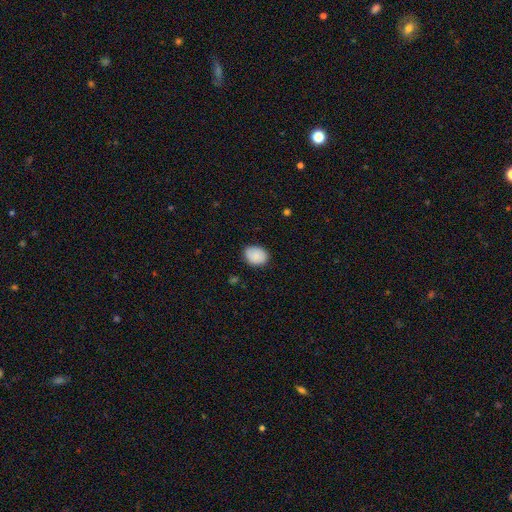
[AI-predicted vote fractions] smooth_or_featured: smooth (p=0.89) [alt: star or artifact p=0.07]
how_rounded: in between (p=0.59) [alt: round p=0.40]
merging: none (p=0.83) [alt: minor disturbance p=0.13]